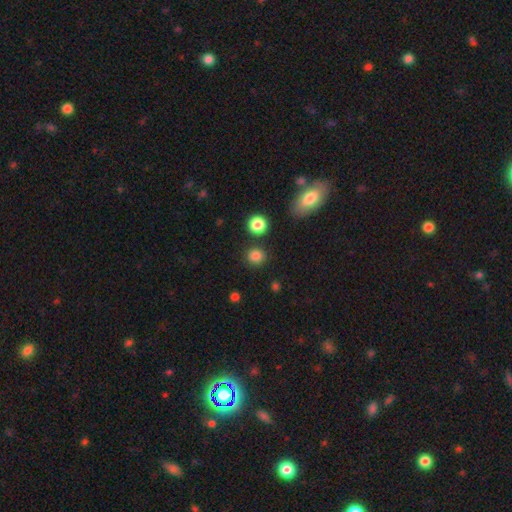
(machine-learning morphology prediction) Overall: smooth (83%). How rounded: round (88%). Merging: none (86%).